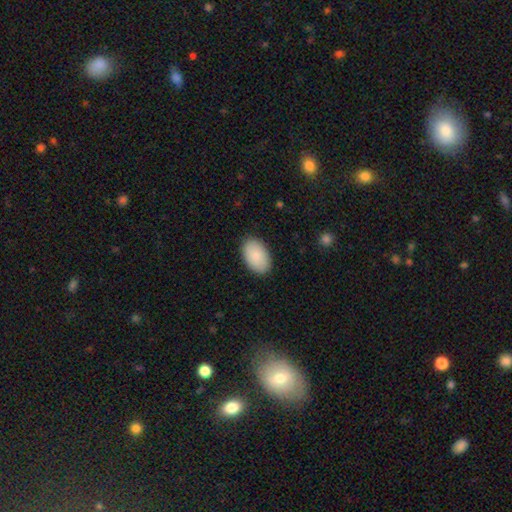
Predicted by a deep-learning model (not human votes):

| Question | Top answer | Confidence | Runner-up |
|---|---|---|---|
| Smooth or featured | smooth | 89% | featured or disk (6%) |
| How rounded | in between | 93% | round (6%) |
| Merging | none | 88% | minor disturbance (9%) |